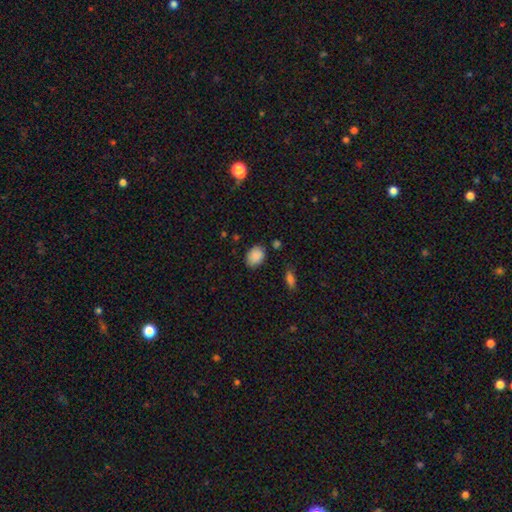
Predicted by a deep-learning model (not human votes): smooth 88%, star or artifact 8%, featured or disk 4%. Down the decision tree: how rounded — in between (72%); merging — none (79%).